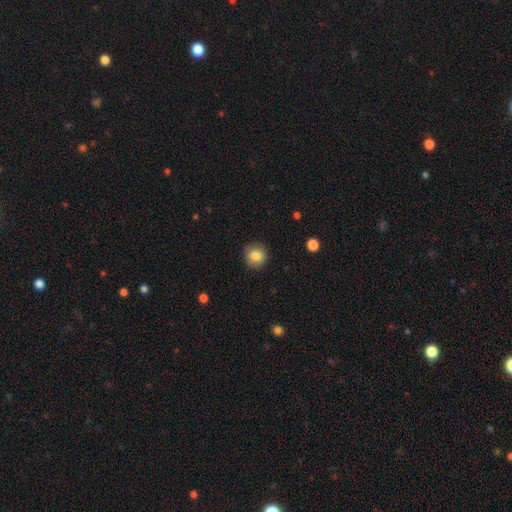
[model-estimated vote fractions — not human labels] This appears to be a smooth galaxy with no disk features (84%) that is round (91%). Merging: none (88%).